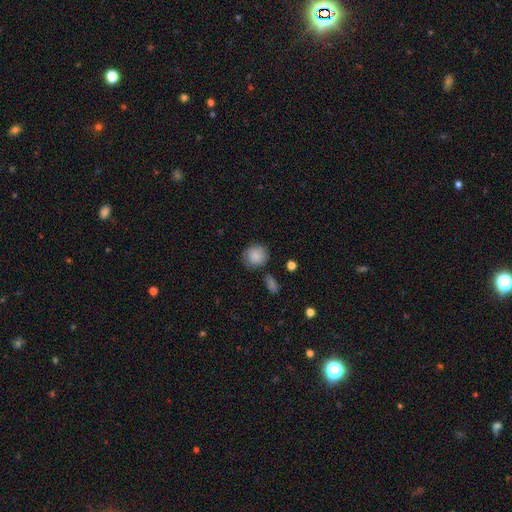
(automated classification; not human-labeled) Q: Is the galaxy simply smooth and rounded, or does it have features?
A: smooth — 87%.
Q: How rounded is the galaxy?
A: round — 86%.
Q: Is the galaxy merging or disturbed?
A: none — 78%.